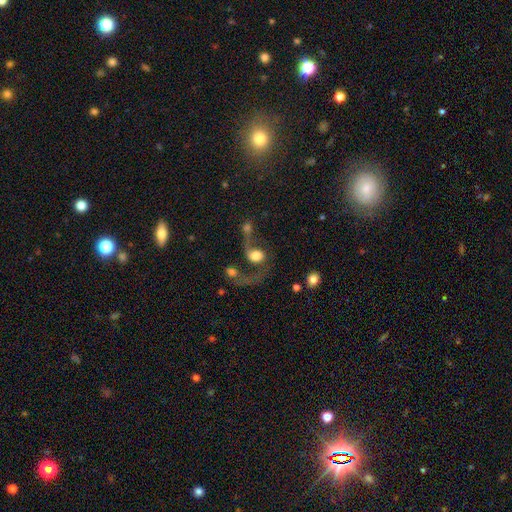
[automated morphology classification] Smooth or featured?
  - featured or disk: 52% *
  - smooth: 37%
  - star or artifact: 11%
Edge-on disk?
  - no: 97% *
  - yes: 3%
Bar?
  - no: 71% *
  - weak: 23%
  - strong: 6%
Spiral arms?
  - yes: 79% *
  - no: 21%
Bulge size?
  - large: 43% *
  - moderate: 35%
  - dominant: 10%
  - small: 8%
  - none: 4%
Merging?
  - merger: 32% *
  - major disturbance: 29%
  - none: 27%
  - minor disturbance: 11%